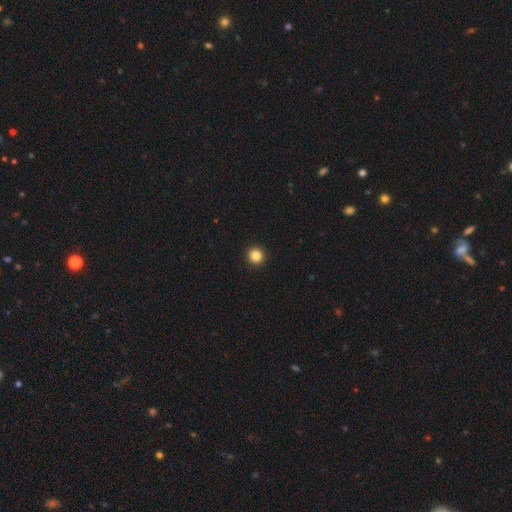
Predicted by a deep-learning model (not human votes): This is clearly a smooth galaxy (85%). How rounded: clearly round (95%). Merging: clearly none (94%).